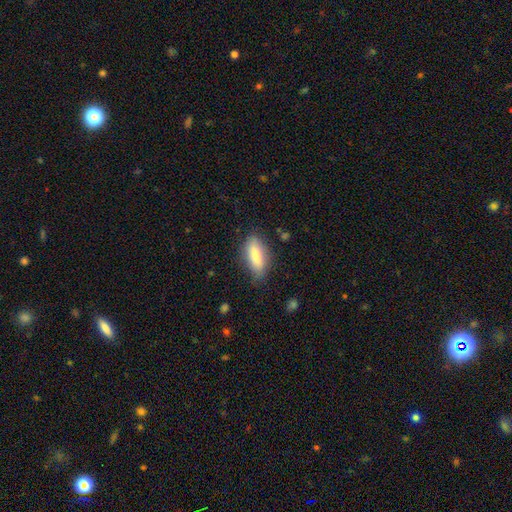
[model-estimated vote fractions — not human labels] Smooth or featured? Predicted: smooth (p=0.80). How rounded? Predicted: in between (p=0.71). Merging? Predicted: none (p=0.77).